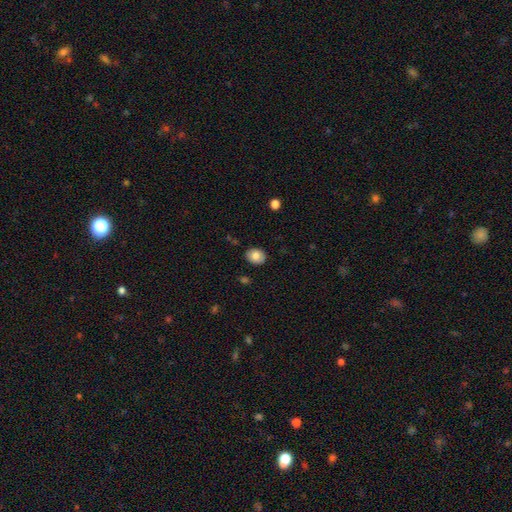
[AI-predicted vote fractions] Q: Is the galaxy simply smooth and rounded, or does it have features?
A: smooth — 81%.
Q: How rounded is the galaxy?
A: round — 50%.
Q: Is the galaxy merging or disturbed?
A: none — 87%.